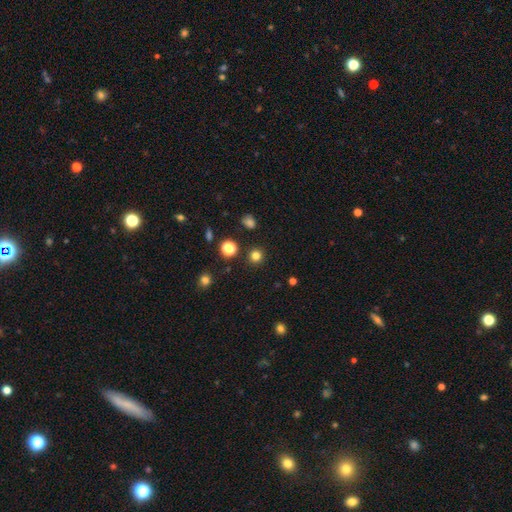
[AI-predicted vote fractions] Smooth or featured? Predicted: smooth (p=0.79). How rounded? Predicted: round (p=0.94). Merging? Predicted: none (p=0.90).